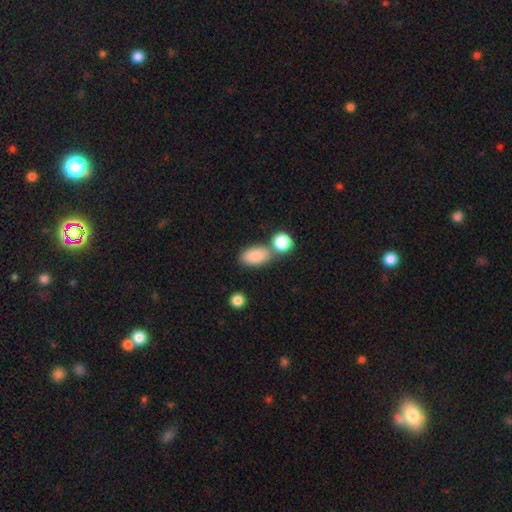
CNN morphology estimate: smooth_or_featured: smooth (p=0.86) [alt: star or artifact p=0.07]
how_rounded: in between (p=0.90) [alt: round p=0.07]
merging: none (p=0.56) [alt: merger p=0.28]